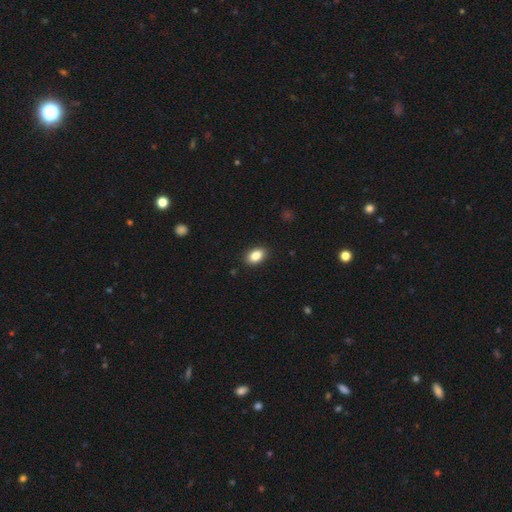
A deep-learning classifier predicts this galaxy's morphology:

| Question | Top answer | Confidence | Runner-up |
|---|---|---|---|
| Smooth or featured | smooth | 87% | star or artifact (8%) |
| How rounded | in between | 87% | round (11%) |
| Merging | none | 89% | minor disturbance (8%) |